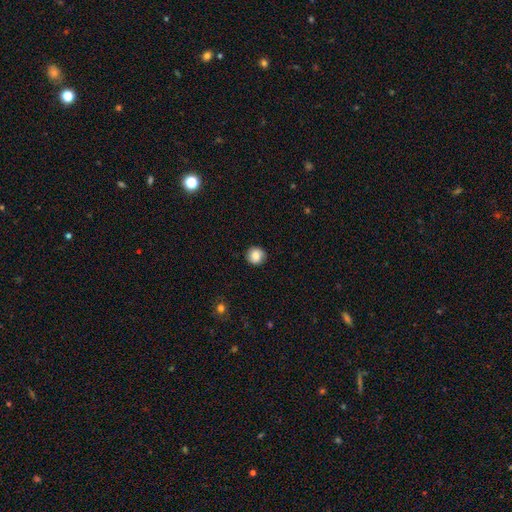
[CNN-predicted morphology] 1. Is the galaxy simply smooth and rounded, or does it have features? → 78% smooth, 13% featured or disk, 9% star or artifact.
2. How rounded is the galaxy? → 91% round, 8% in between, 1% cigar-shaped.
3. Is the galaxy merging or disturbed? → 87% none, 10% minor disturbance, 2% major disturbance, 1% merger.